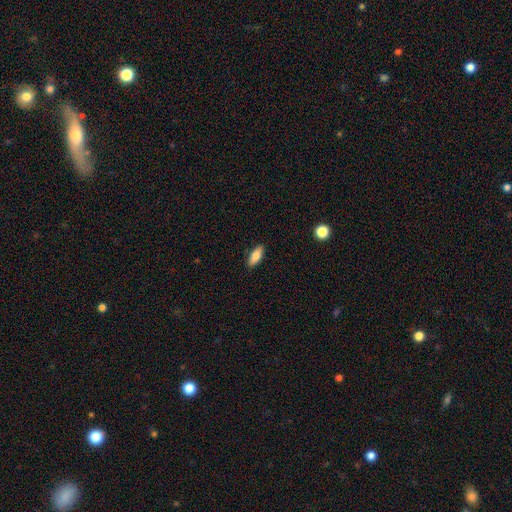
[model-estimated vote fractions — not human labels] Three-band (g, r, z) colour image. It shows a smooth galaxy with no disk features (82%) that is in between round and cigar-shaped (76%). Merging: none (89%).